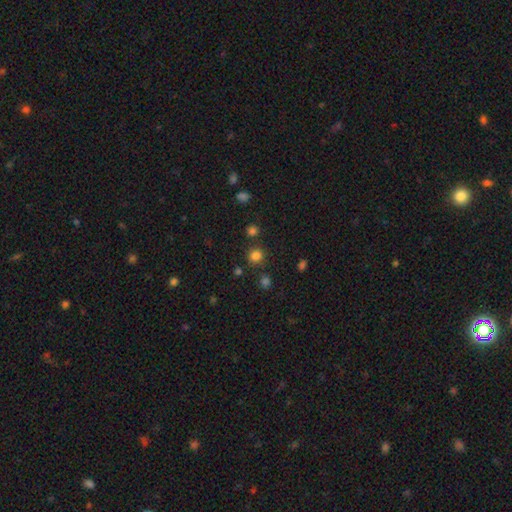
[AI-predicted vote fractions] smooth_or_featured: smooth (p=0.79) [alt: star or artifact p=0.17]
how_rounded: round (p=0.86) [alt: in between p=0.13]
merging: none (p=0.83) [alt: minor disturbance p=0.08]